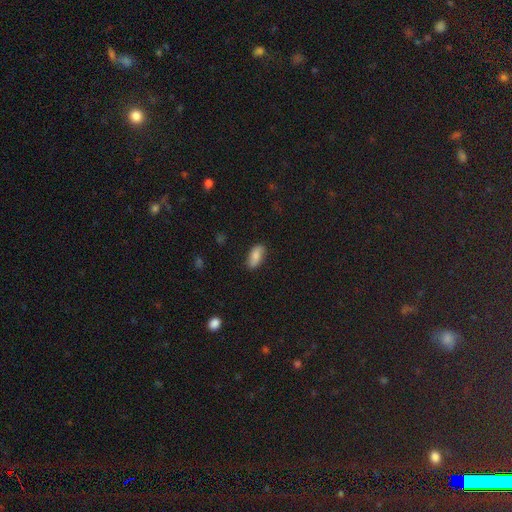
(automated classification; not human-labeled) This is clearly a smooth galaxy (80%). How rounded: clearly in between (87%). Merging: clearly none (83%).